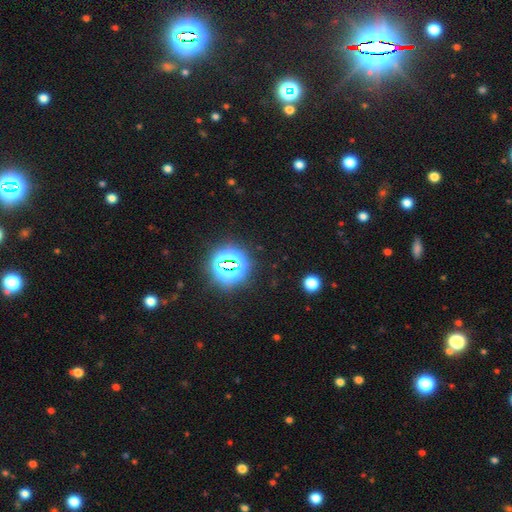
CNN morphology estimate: Overall: star or artifact (83%).